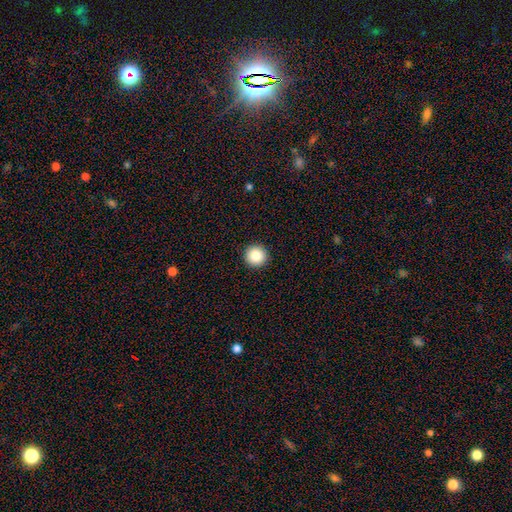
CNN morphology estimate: Smooth or featured?
  - smooth: 86% *
  - star or artifact: 9%
  - featured or disk: 5%
How rounded?
  - round: 96% *
  - in between: 3%
  - cigar-shaped: 1%
Merging?
  - none: 94% *
  - minor disturbance: 4%
  - major disturbance: 1%
  - merger: 1%